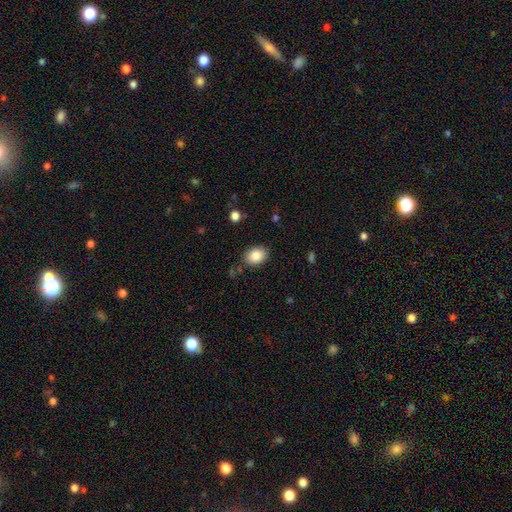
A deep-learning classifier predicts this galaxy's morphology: Smooth or featured: smooth — 86% (star or artifact — 8%)
How rounded: in between — 66% (round — 33%)
Merging: none — 84% (minor disturbance — 11%)